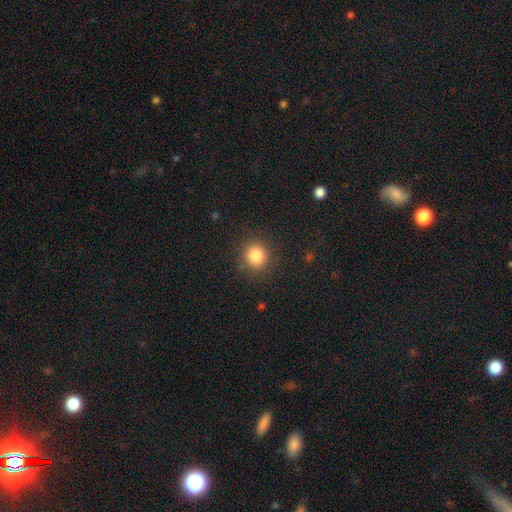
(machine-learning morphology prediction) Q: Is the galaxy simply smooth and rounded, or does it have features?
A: smooth — 83%.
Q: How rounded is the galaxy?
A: round — 91%.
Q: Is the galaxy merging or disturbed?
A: none — 88%.